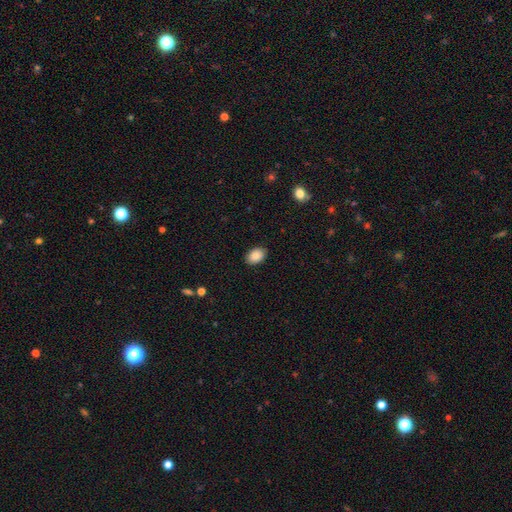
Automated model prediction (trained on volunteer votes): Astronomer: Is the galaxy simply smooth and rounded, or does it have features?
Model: smooth — 87%.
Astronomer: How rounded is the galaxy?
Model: in between — 82%.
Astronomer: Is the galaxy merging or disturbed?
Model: none — 88%.